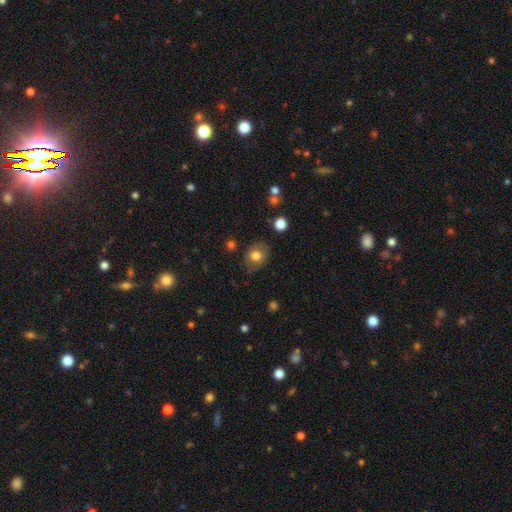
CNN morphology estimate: A smooth galaxy with no disk features (75%) that is in between round and cigar-shaped (51%). Merging: none (76%).